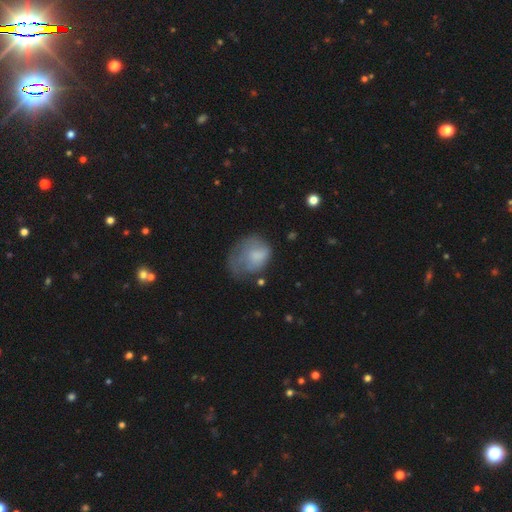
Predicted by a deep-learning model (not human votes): A smooth galaxy with no disk features (65%) that is in between round and cigar-shaped (53%). Merging: major disturbance (36%).